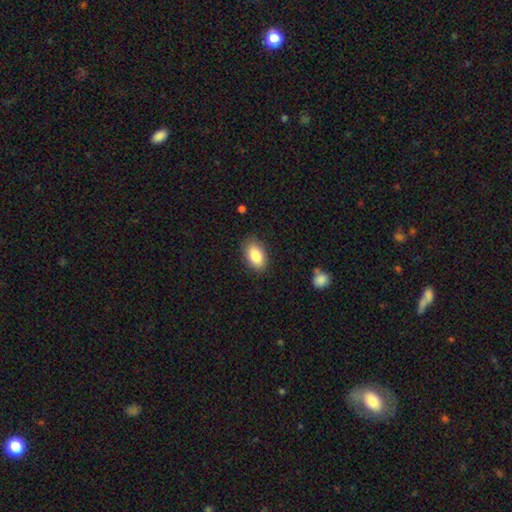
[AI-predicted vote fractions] smooth 85%, featured or disk 8%, star or artifact 7%. Down the decision tree: how rounded — in between (91%); merging — none (85%).